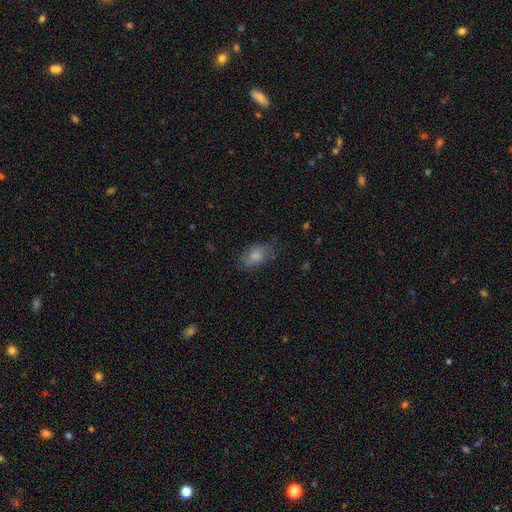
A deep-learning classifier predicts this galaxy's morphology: This is likely a smooth galaxy (79%). How rounded: clearly in between (88%). Merging: likely none (66%).